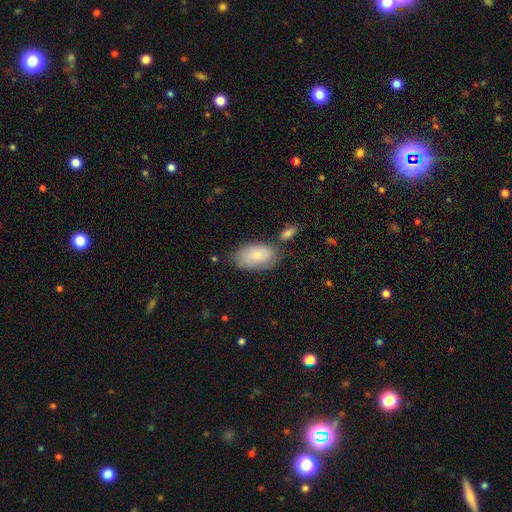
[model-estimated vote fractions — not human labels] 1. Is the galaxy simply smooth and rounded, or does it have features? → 77% smooth, 17% featured or disk, 6% star or artifact.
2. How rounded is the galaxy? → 94% in between, 4% round, 2% cigar-shaped.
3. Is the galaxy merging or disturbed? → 64% none, 20% minor disturbance, 11% merger, 5% major disturbance.